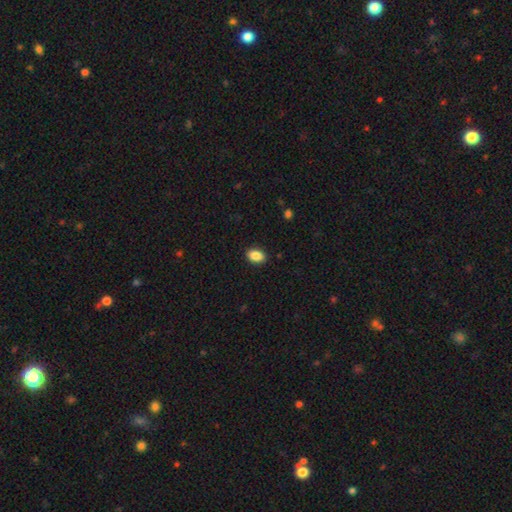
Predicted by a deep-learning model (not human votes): A smooth galaxy with no disk features (87%) that is in between round and cigar-shaped (87%). Merging: none (90%).